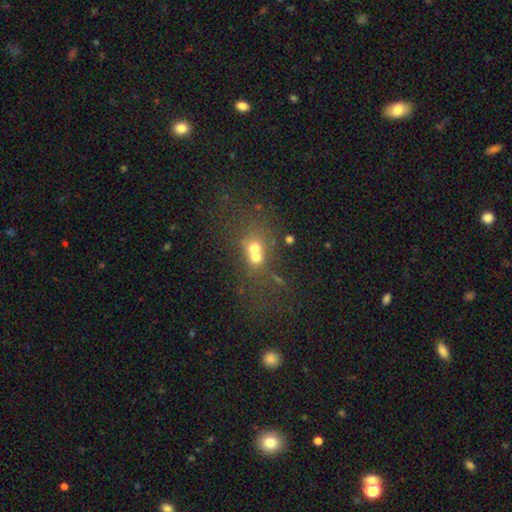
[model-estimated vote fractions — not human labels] Overall: smooth (54%; featured or disk 25%). How rounded: round (65%; in between 33%). Merging: merger (57%; none 29%).